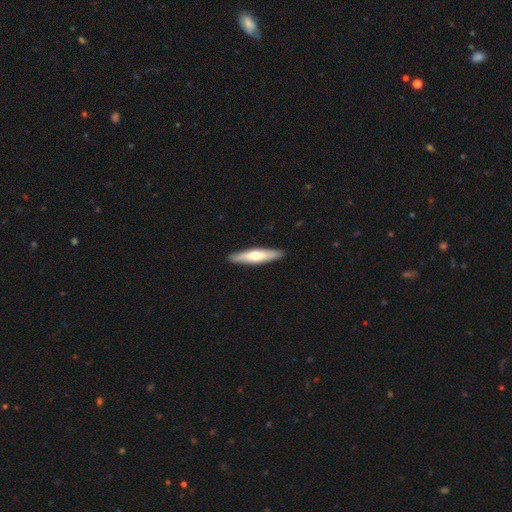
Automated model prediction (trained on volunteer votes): Q: Smooth or featured?
A: smooth (56%); runner-up: featured or disk (39%)
Q: How rounded?
A: cigar-shaped (82%); runner-up: in between (16%)
Q: Merging?
A: none (92%); runner-up: minor disturbance (6%)